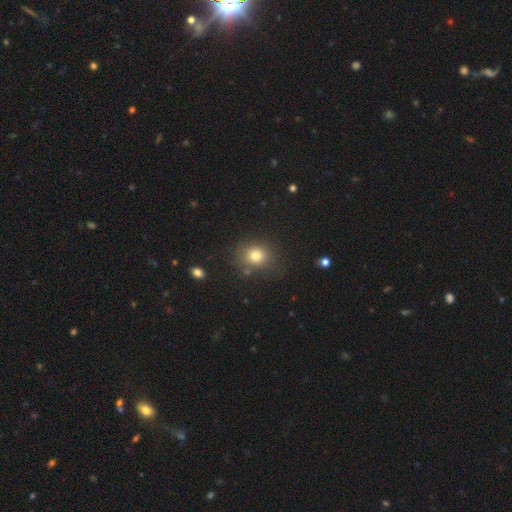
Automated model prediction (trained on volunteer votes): smooth_or_featured: smooth (p=0.78) [alt: star or artifact p=0.13]
how_rounded: round (p=0.70) [alt: in between p=0.29]
merging: none (p=0.80) [alt: minor disturbance p=0.12]